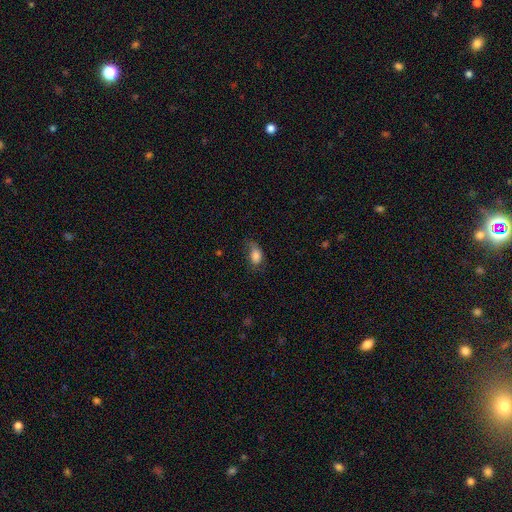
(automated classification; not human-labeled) Smooth or featured? Predicted: smooth (p=0.80). How rounded? Predicted: in between (p=0.86). Merging? Predicted: none (p=0.49).